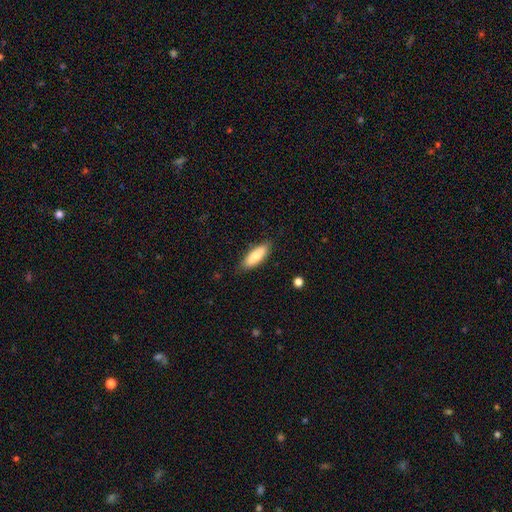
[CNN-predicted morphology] smooth 84%, featured or disk 10%, star or artifact 6%. Down the decision tree: how rounded — in between (62%); merging — none (83%).